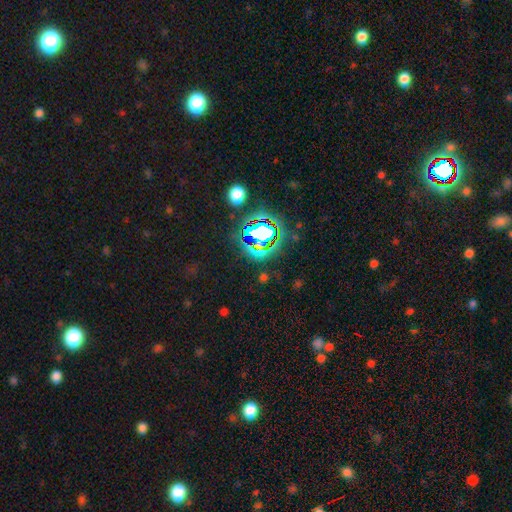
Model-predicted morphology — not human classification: Smooth or featured: star or artifact — 82% (smooth — 10%)